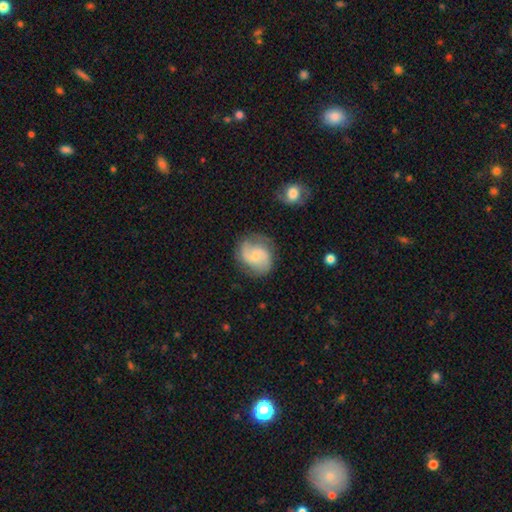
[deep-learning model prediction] A featured or disk galaxy (68%) with no bar (49%), 2 (83%) medium (48%) spiral arms (92%) and a small central bulge (62%). Merging: none (72%).